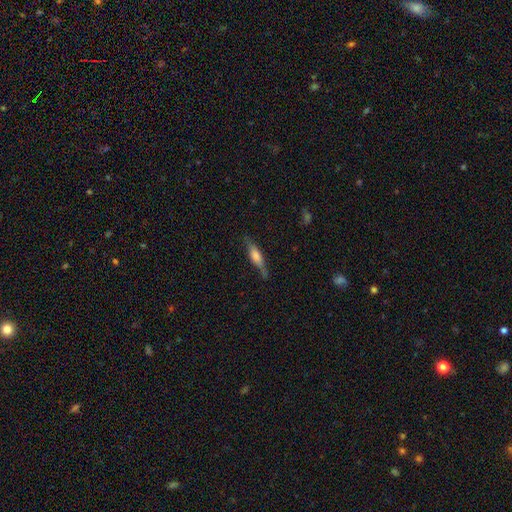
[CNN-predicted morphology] This appears to be a smooth galaxy with no disk features (47%). Merging: none (73%).